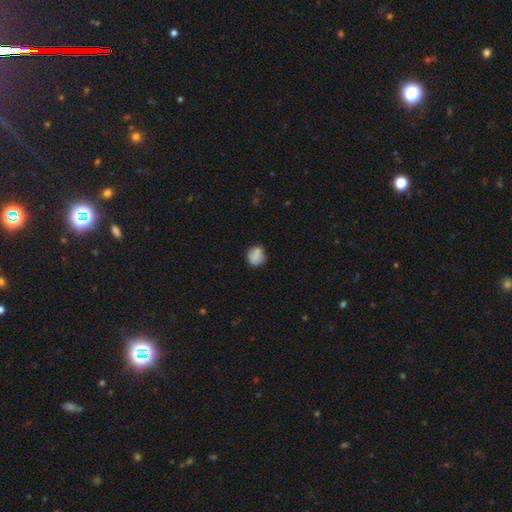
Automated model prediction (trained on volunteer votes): Smooth or featured? Predicted: smooth (p=0.78). How rounded? Predicted: round (p=0.80). Merging? Predicted: none (p=0.66).